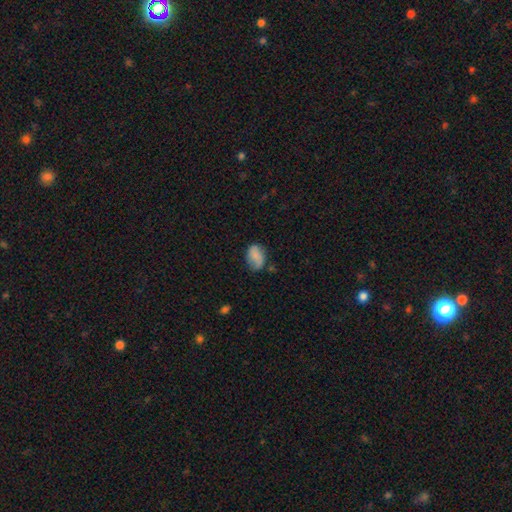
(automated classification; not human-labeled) This is likely a smooth galaxy (73%). How rounded: clearly in between (84%). Merging: possibly none (58%).